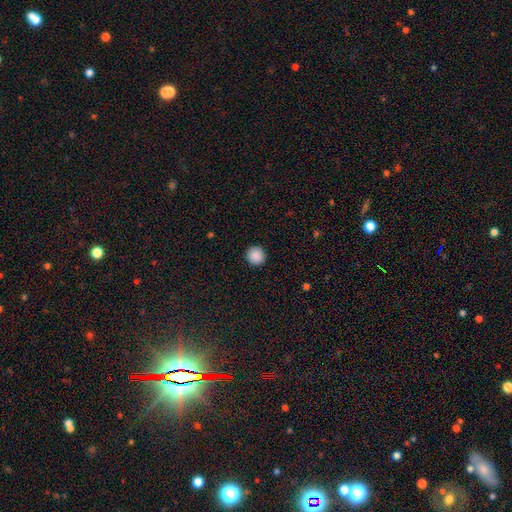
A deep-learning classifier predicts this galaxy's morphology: Smooth or featured?
  - smooth: 89% *
  - star or artifact: 8%
  - featured or disk: 2%
How rounded?
  - round: 95% *
  - in between: 4%
  - cigar-shaped: 1%
Merging?
  - none: 93% *
  - minor disturbance: 5%
  - major disturbance: 2%
  - merger: 1%